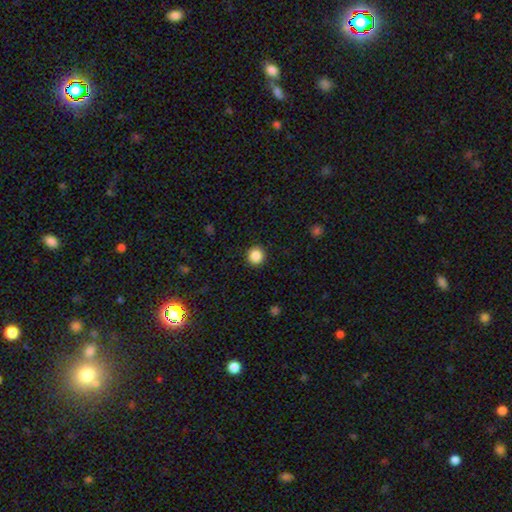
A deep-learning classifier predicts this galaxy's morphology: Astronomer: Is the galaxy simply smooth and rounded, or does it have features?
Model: smooth — 87%.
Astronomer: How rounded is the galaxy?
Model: round — 95%.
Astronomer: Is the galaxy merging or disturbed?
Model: none — 92%.